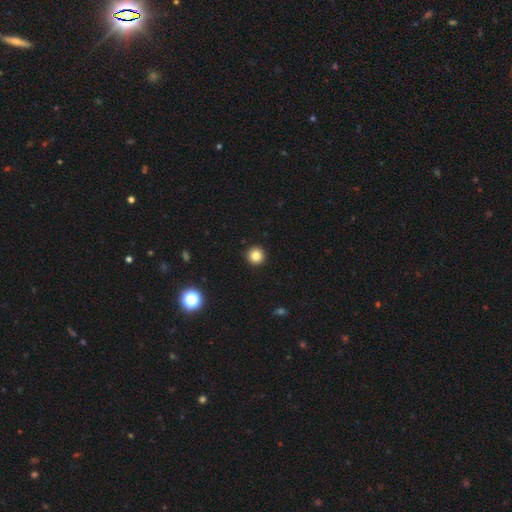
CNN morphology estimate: Overall: smooth (84%). How rounded: round (96%). Merging: none (93%).